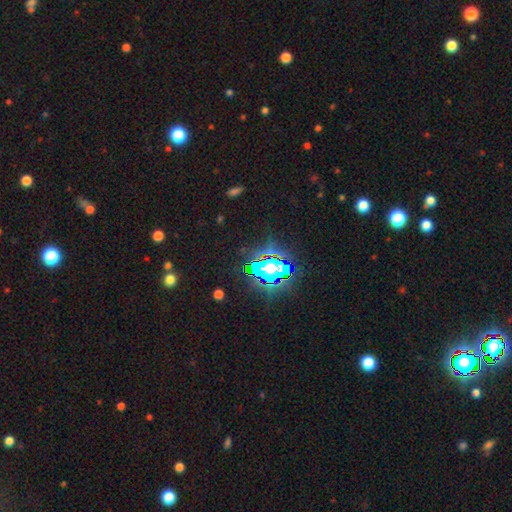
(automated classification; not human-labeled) This appears to be a star or artifact, not a galaxy (84%).